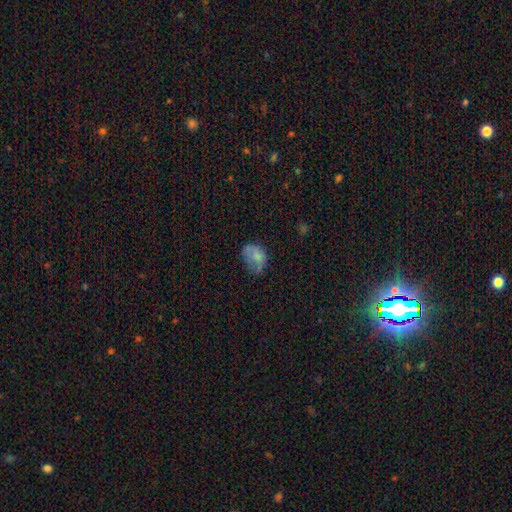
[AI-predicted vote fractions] Smooth or featured? smooth (72%)
How rounded? in between (69%)
Merging? none (42%)